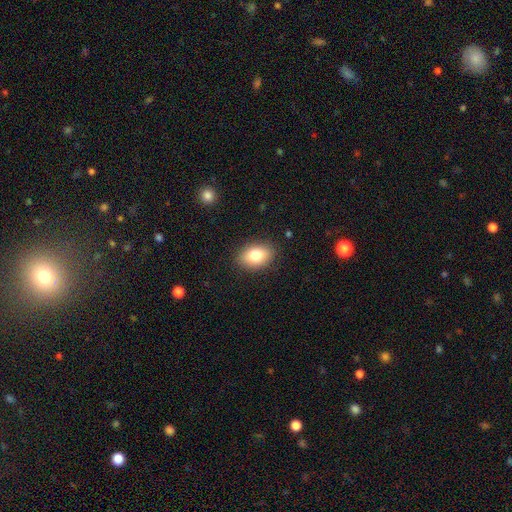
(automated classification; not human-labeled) Q: Smooth or featured?
A: smooth (82%); runner-up: featured or disk (10%)
Q: How rounded?
A: in between (86%); runner-up: round (13%)
Q: Merging?
A: none (87%); runner-up: minor disturbance (9%)